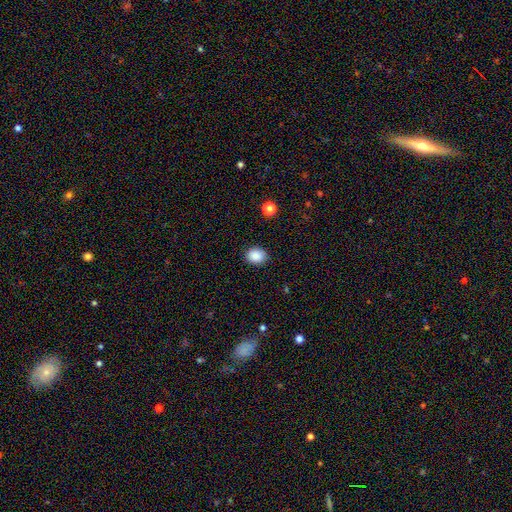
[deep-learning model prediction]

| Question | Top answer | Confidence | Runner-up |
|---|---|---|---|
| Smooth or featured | smooth | 88% | star or artifact (9%) |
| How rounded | in between | 51% | round (48%) |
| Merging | none | 88% | minor disturbance (8%) |